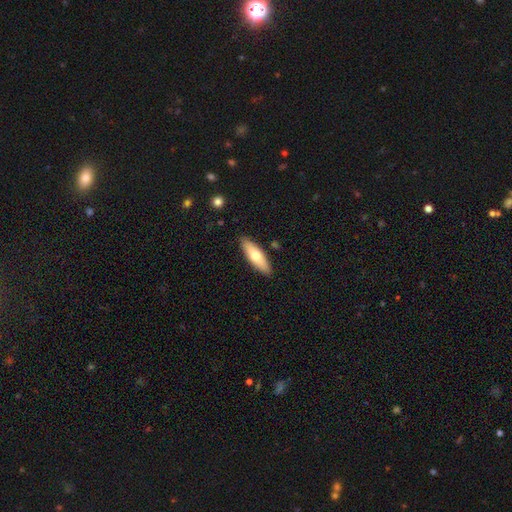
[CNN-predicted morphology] type=smooth (64%); roundness=in between (52%); merging=none (88%).